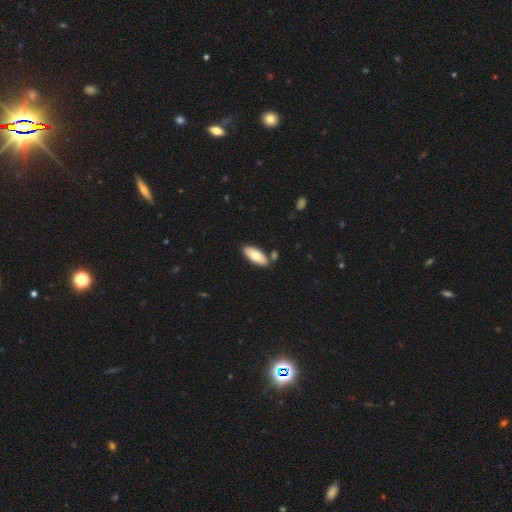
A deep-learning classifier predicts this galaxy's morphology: smooth-or-featured: smooth: 74% | featured or disk: 20% | star or artifact: 6%
  how-rounded: in between: 85% | cigar-shaped: 13% | round: 2%
  merging: none: 81% | minor disturbance: 11% | merger: 6% | major disturbance: 2%